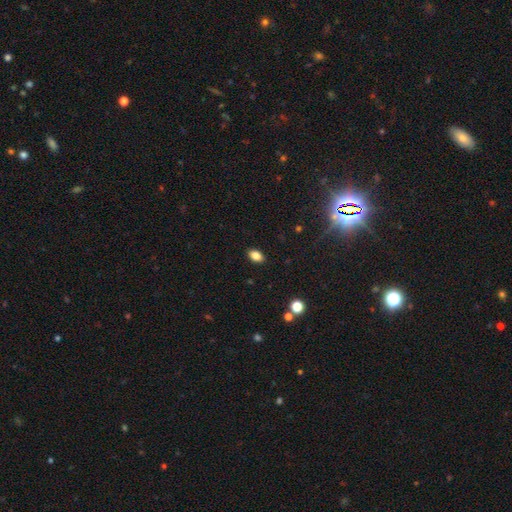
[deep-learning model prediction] This appears to be a smooth galaxy with no disk features (83%) that is in between round and cigar-shaped (87%). Merging: none (89%).